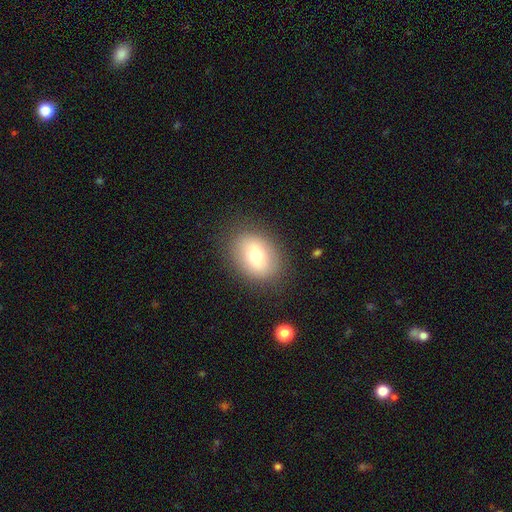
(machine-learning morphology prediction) This is likely a smooth galaxy (69%). How rounded: likely in between (63%). Merging: clearly none (84%).